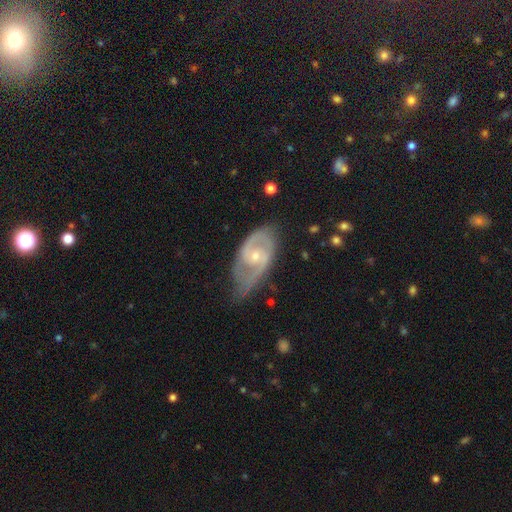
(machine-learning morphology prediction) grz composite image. It shows a featured or disk galaxy (84%) with no bar (52%), 2 (82%) medium (50%) spiral arms (94%) and a small central bulge (60%). Merging: none (56%).